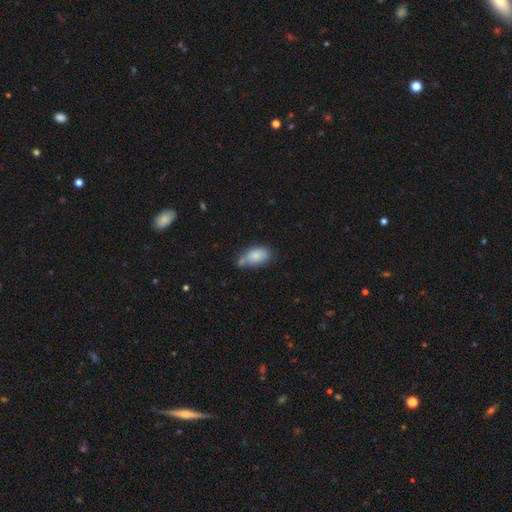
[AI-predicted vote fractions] A smooth galaxy with no disk features (82%) that is in between round and cigar-shaped (92%). Merging: none (49%).